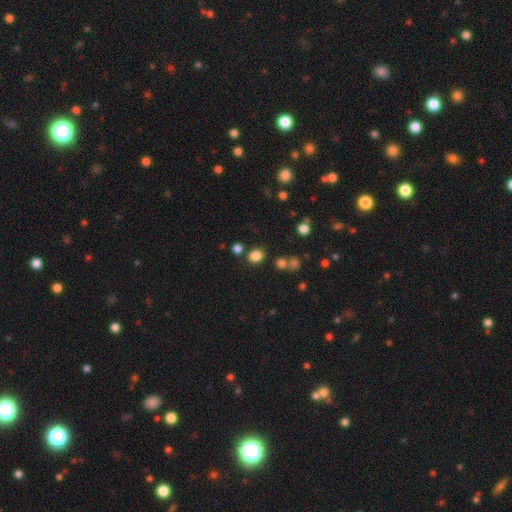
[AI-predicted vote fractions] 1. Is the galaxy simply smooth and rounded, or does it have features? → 82% smooth, 13% star or artifact, 5% featured or disk.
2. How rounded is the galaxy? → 52% round, 47% in between, 1% cigar-shaped.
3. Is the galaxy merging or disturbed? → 79% none, 10% minor disturbance, 8% merger, 4% major disturbance.